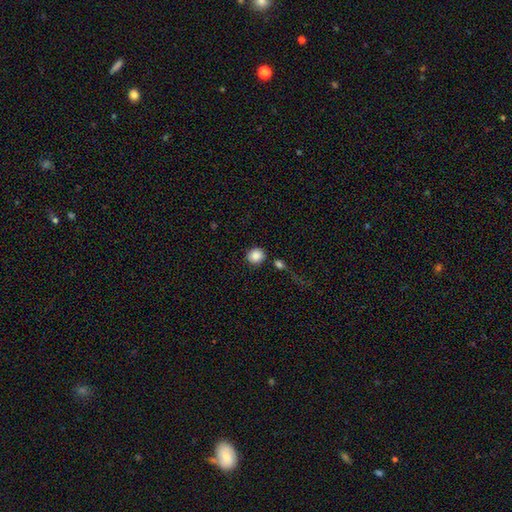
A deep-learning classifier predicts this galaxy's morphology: This appears to be a smooth galaxy with no disk features (87%) that is round (89%). Merging: none (78%).